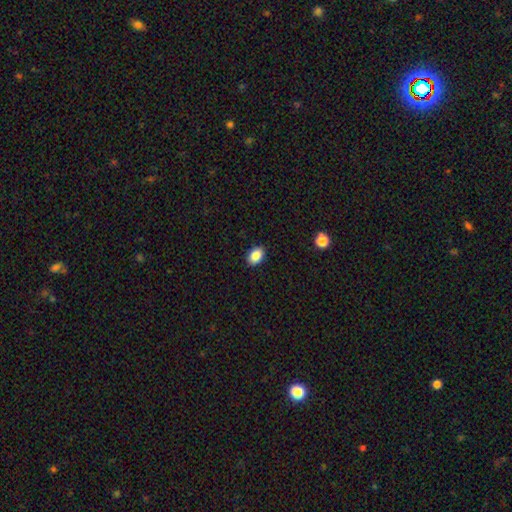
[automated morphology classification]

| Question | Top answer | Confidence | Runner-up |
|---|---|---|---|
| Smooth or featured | smooth | 87% | star or artifact (9%) |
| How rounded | in between | 81% | round (18%) |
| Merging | none | 90% | minor disturbance (7%) |